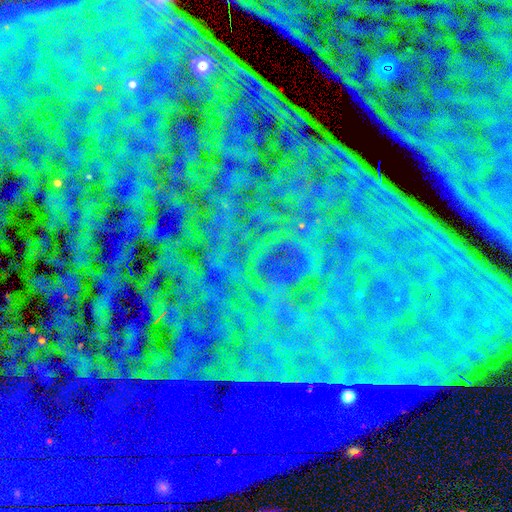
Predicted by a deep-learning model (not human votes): Q: Smooth or featured?
A: star or artifact (88%); runner-up: featured or disk (6%)